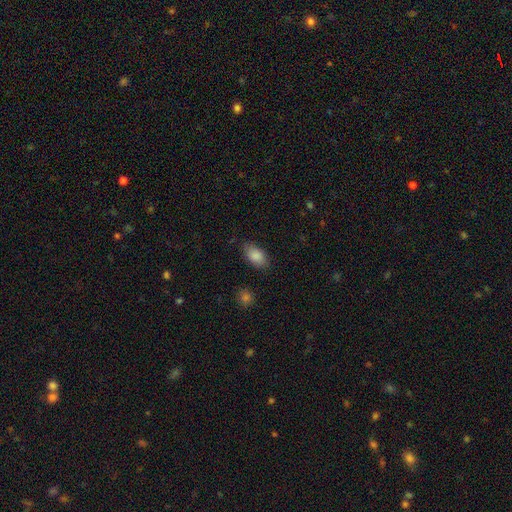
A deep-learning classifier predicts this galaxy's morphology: Smooth or featured: smooth — 88% (star or artifact — 7%)
How rounded: in between — 92% (round — 6%)
Merging: none — 80% (minor disturbance — 14%)